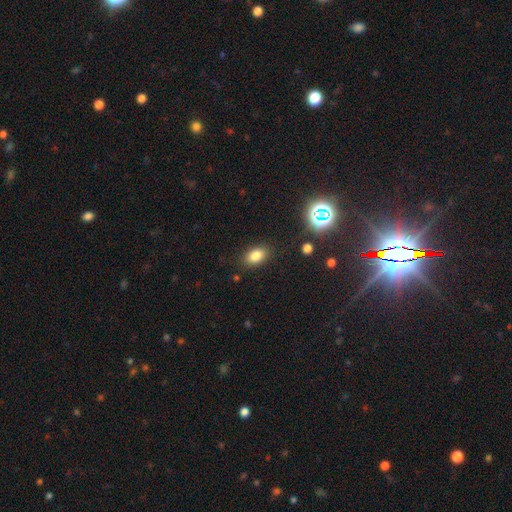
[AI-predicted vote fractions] smooth_or_featured: smooth (p=0.80) [alt: star or artifact p=0.13]
how_rounded: in between (p=0.86) [alt: round p=0.12]
merging: none (p=0.85) [alt: minor disturbance p=0.10]